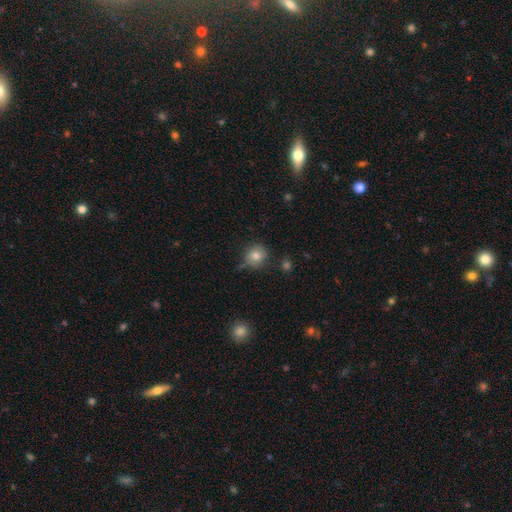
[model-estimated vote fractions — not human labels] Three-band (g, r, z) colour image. It shows a smooth galaxy with no disk features (79%) that is round (86%). Merging: none (73%).